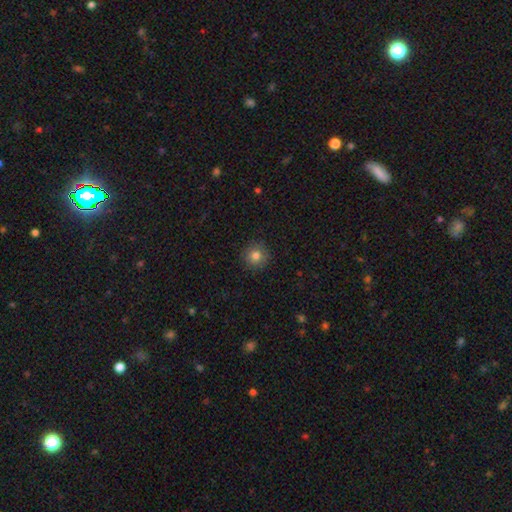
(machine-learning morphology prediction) A smooth galaxy with no disk features (80%) that is round (95%). Merging: none (91%).